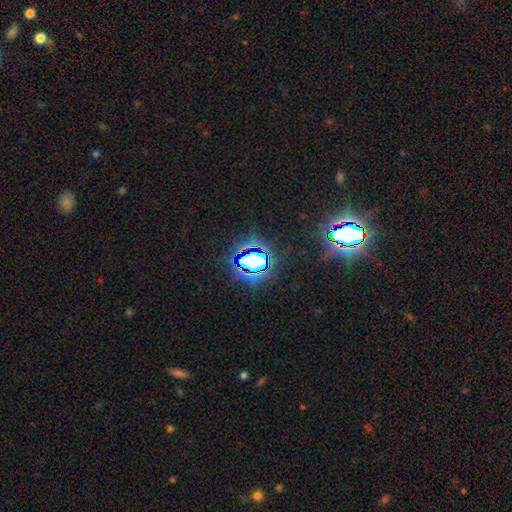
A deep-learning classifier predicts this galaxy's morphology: smooth-or-featured: star or artifact: 80% | smooth: 12% | featured or disk: 7%